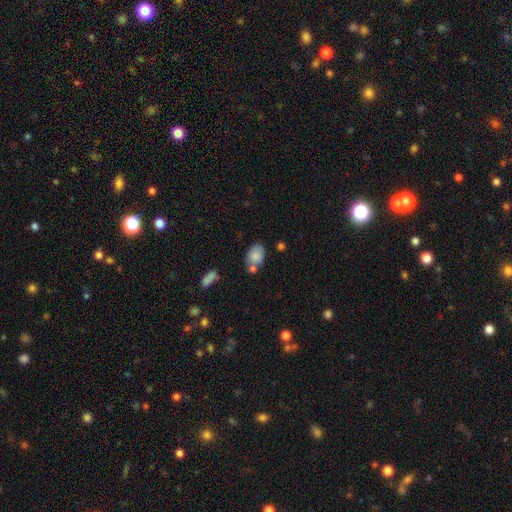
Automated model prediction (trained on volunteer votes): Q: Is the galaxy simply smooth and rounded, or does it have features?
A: smooth — 81%.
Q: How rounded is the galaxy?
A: in between — 81%.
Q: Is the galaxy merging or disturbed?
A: none — 53%.